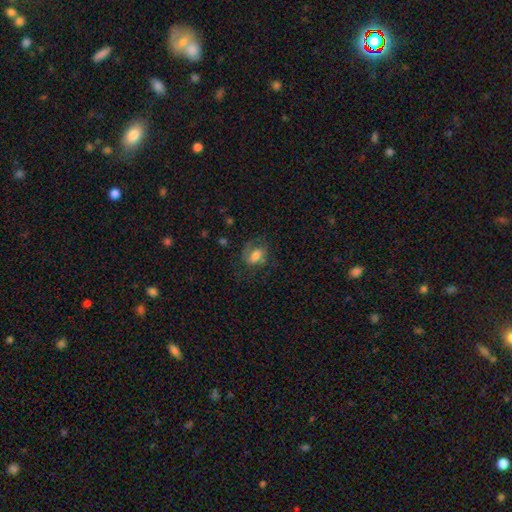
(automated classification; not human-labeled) Smooth or featured? Predicted: smooth (p=0.60). How rounded? Predicted: in between (p=0.78). Merging? Predicted: none (p=0.51).